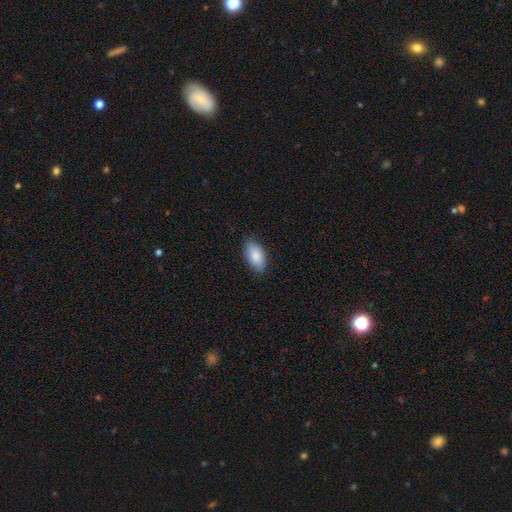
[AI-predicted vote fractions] The model was most divided on "merging": none: 84%, minor disturbance: 12%, major disturbance: 2%, merger: 1%. More confident: how rounded — in between (94%); smooth or featured — smooth (87%).